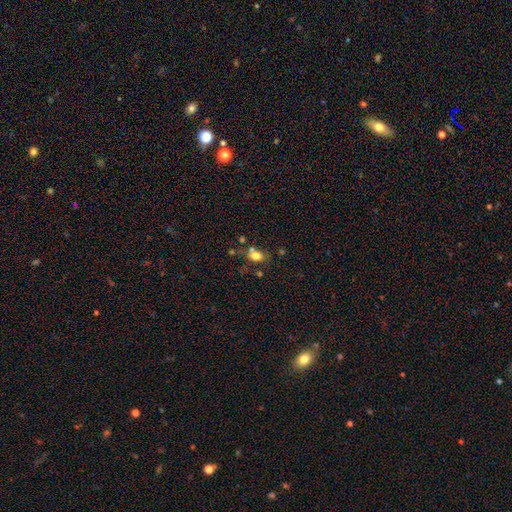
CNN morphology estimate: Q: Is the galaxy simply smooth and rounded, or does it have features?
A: smooth — 74%.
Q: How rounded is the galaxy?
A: in between — 58%.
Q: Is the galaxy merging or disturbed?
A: none — 53%.